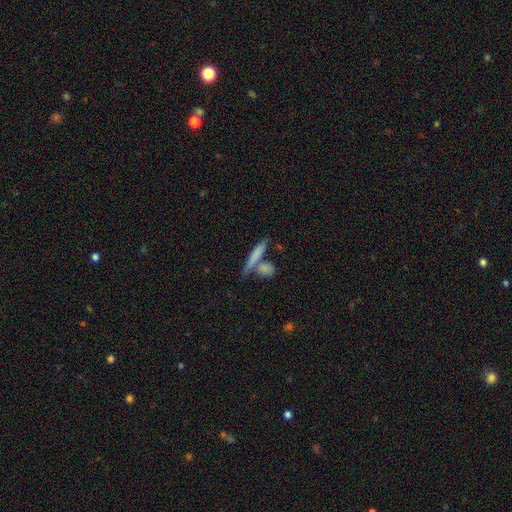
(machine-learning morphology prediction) The model was most divided on "merging": none: 58%, merger: 28%, minor disturbance: 10%, major disturbance: 4%. More confident: how rounded — cigar-shaped (79%); smooth or featured — smooth (70%).